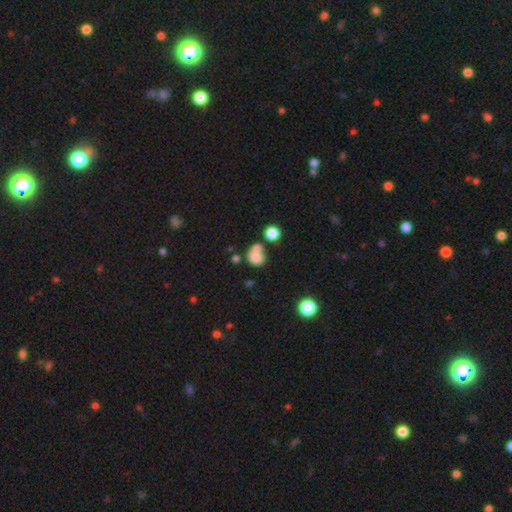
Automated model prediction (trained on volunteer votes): smooth_or_featured: smooth (p=0.75) [alt: featured or disk p=0.14]
how_rounded: round (p=0.69) [alt: in between p=0.30]
merging: merger (p=0.51) [alt: none p=0.33]